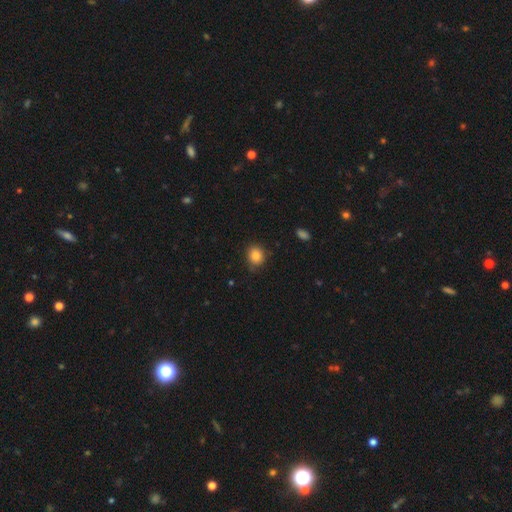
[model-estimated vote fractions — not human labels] Smooth or featured? Predicted: smooth (p=0.84). How rounded? Predicted: round (p=0.71). Merging? Predicted: none (p=0.81).